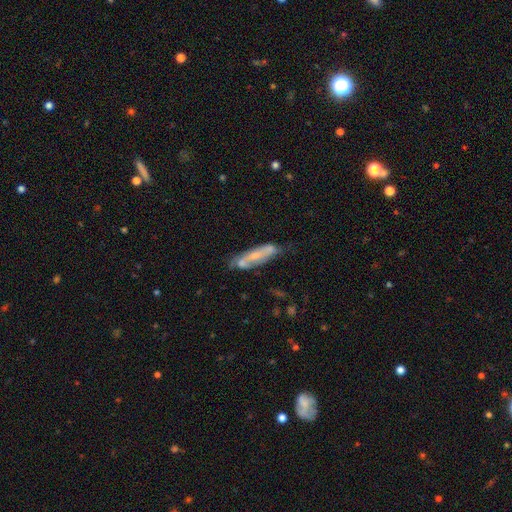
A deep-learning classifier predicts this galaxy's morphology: Smooth or featured? featured or disk (51%)
Edge-on disk? no (72%)
Merging? none (49%)